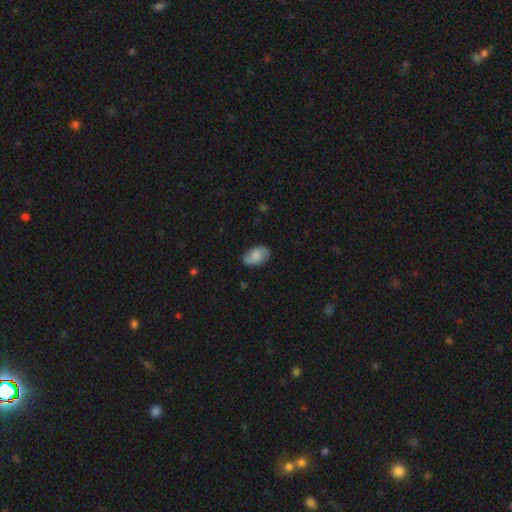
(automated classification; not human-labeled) Smooth or featured: smooth — 62% (featured or disk — 30%)
How rounded: in between — 92% (round — 6%)
Merging: none — 77% (minor disturbance — 18%)